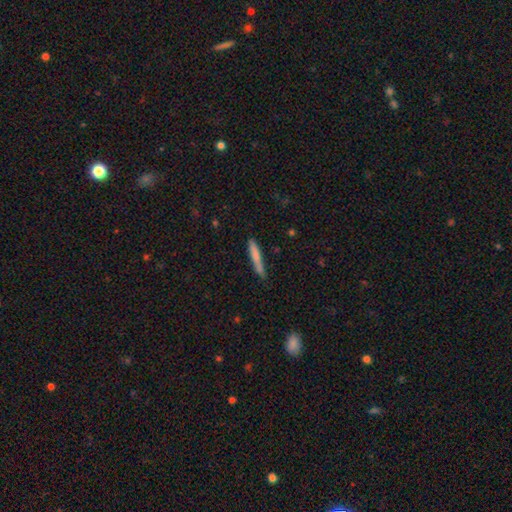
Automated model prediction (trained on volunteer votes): Smooth or featured?
  - smooth: 75% *
  - featured or disk: 18%
  - star or artifact: 6%
How rounded?
  - cigar-shaped: 95% *
  - in between: 4%
  - round: 1%
Merging?
  - none: 74% *
  - minor disturbance: 20%
  - major disturbance: 4%
  - merger: 3%